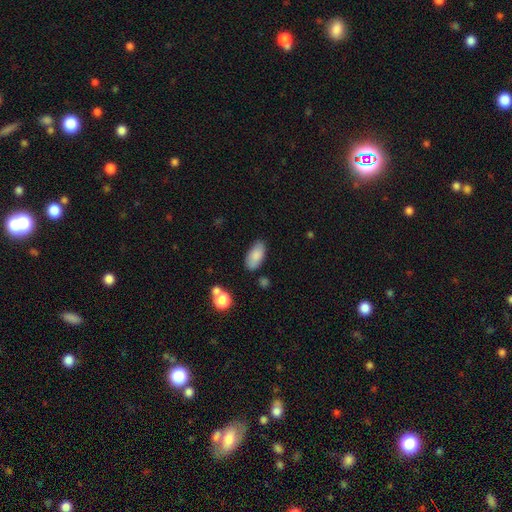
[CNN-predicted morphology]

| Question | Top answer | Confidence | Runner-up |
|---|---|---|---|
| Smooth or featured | smooth | 85% | featured or disk (8%) |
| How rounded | in between | 91% | cigar-shaped (6%) |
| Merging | none | 81% | minor disturbance (13%) |